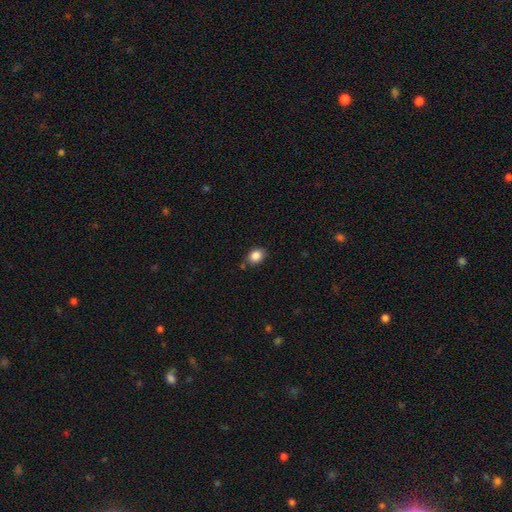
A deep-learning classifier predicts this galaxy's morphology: Smooth or featured? Predicted: smooth (p=0.85). How rounded? Predicted: in between (p=0.59). Merging? Predicted: none (p=0.77).